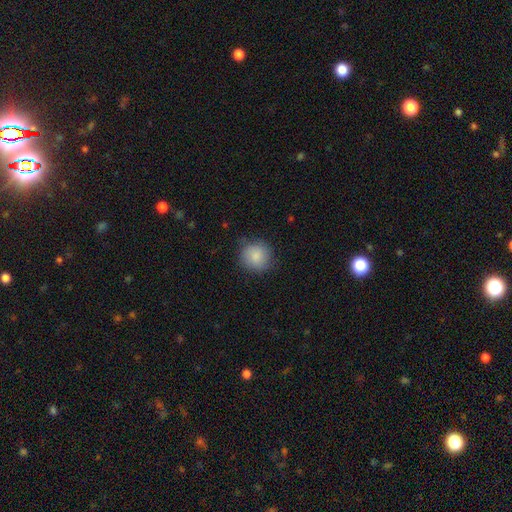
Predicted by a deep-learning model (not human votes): smooth-or-featured: smooth: 87% | star or artifact: 7% | featured or disk: 6%
  how-rounded: round: 91% | in between: 8% | cigar-shaped: 1%
  merging: none: 81% | minor disturbance: 15% | major disturbance: 3% | merger: 1%